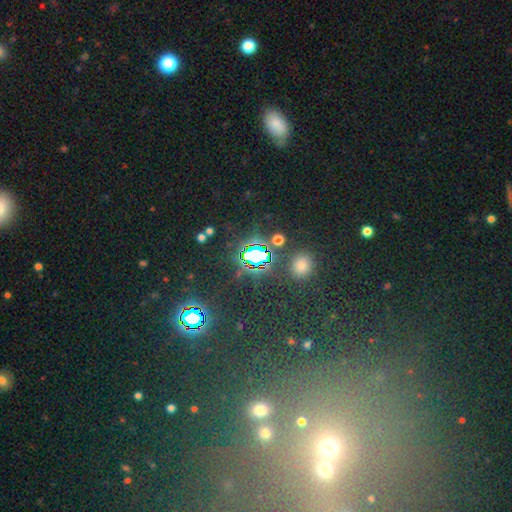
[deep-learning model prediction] The model was most divided on "smooth or featured": star or artifact: 76%, smooth: 17%, featured or disk: 7%.